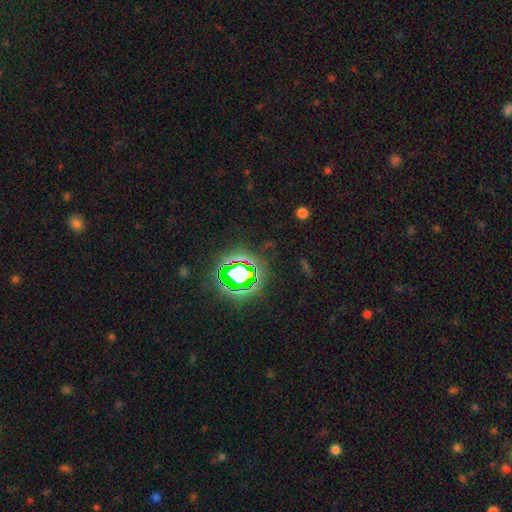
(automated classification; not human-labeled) Smooth or featured? Predicted: star or artifact (p=0.78).